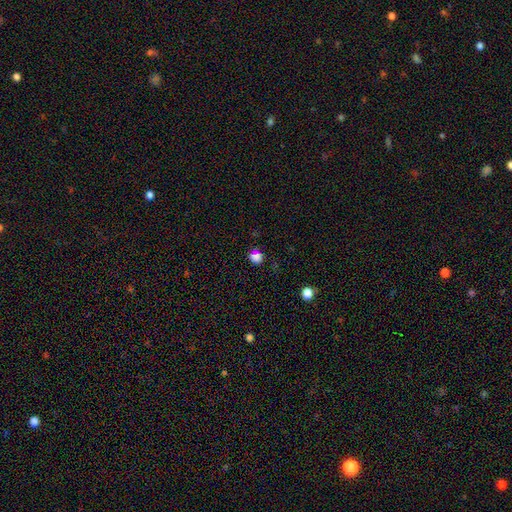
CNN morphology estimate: Smooth or featured? smooth (74%)
How rounded? round (86%)
Merging? none (81%)